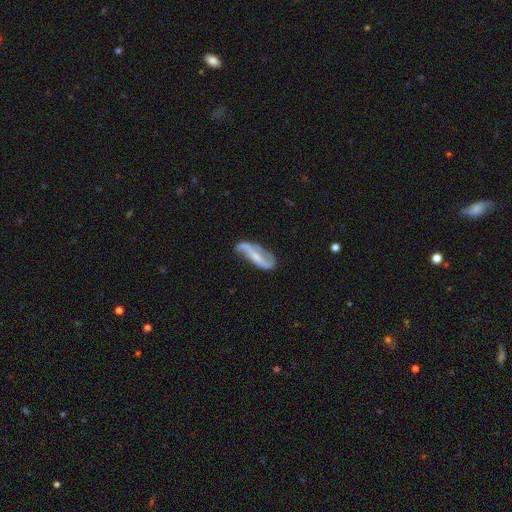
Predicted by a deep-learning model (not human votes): smooth_or_featured: featured or disk (p=0.76) [alt: smooth p=0.18]
disk_edge_on: no (p=0.87) [alt: yes p=0.13]
bar: strong (p=0.51) [alt: weak p=0.28]
has_spiral_arms: yes (p=0.88) [alt: no p=0.12]
spiral_winding: loose (p=0.61) [alt: medium p=0.26]
spiral_arm_count: 2 (p=0.84) [alt: 1 p=0.06]
bulge_size: small (p=0.60) [alt: moderate p=0.24]
merging: none (p=0.60) [alt: minor disturbance p=0.25]